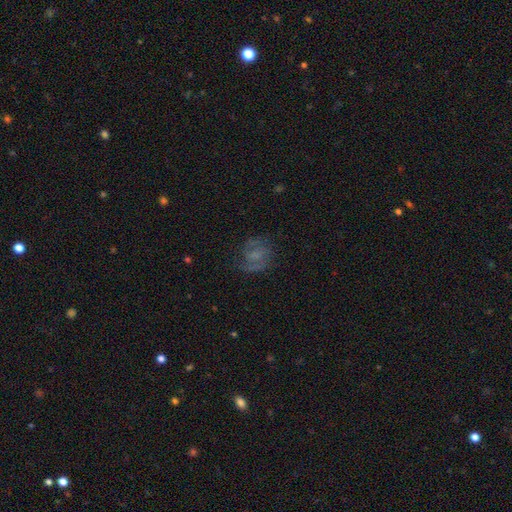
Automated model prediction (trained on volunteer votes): This appears to be a featured or disk galaxy (60%) with no bar (47%), spiral arms (82%) and no central bulge (44%). Merging: none (65%).